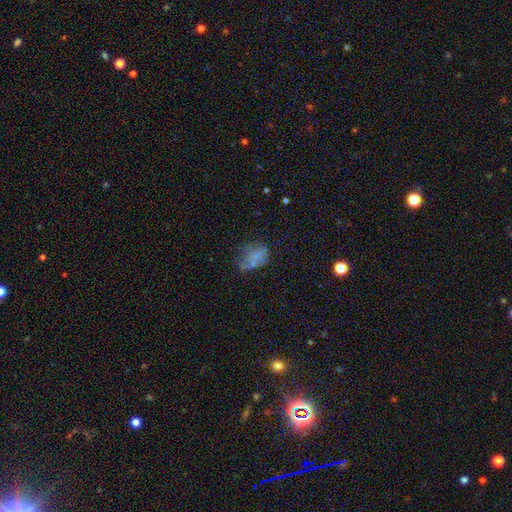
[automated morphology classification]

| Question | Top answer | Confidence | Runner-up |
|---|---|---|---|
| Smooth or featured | smooth | 53% | featured or disk (29%) |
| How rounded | in between | 79% | round (18%) |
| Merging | none | 44% | minor disturbance (27%) |